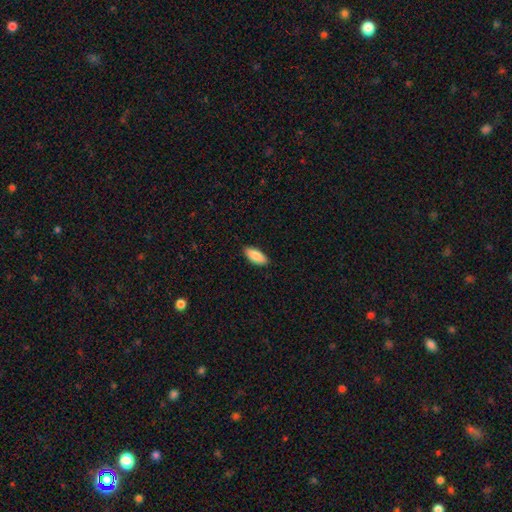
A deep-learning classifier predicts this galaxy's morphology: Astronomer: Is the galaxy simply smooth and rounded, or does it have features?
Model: smooth — 88%.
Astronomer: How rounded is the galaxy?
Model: in between — 84%.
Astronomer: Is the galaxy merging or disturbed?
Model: none — 88%.